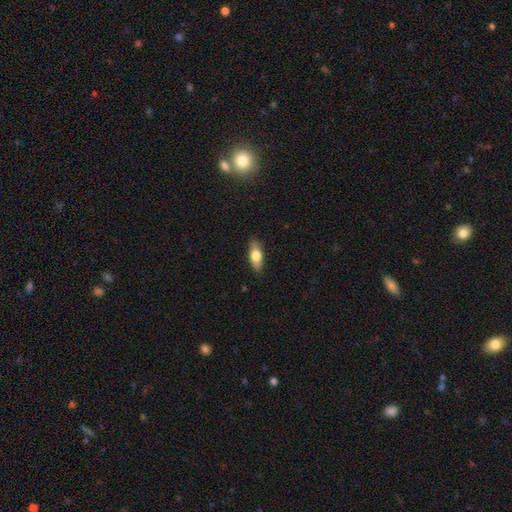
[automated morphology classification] Smooth or featured? Predicted: smooth (p=0.69). How rounded? Predicted: in between (p=0.74). Merging? Predicted: none (p=0.86).